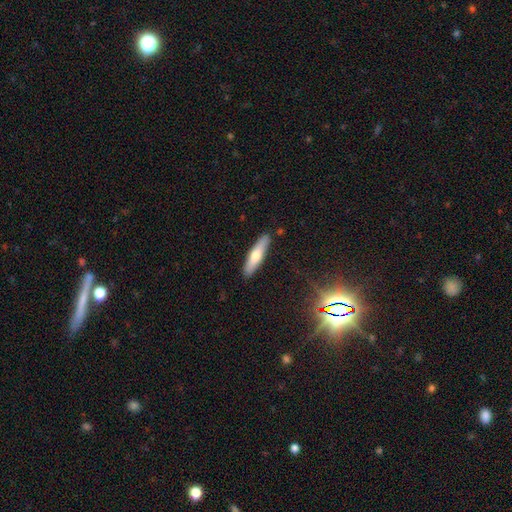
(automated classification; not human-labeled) smooth_or_featured: smooth (p=0.59) [alt: featured or disk p=0.35]
how_rounded: cigar-shaped (p=0.78) [alt: in between p=0.21]
merging: none (p=0.89) [alt: minor disturbance p=0.08]